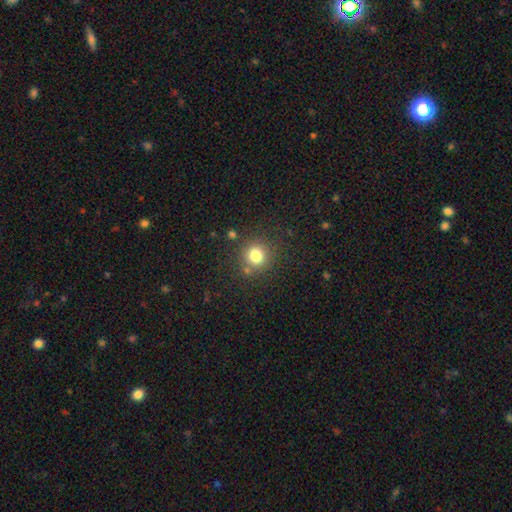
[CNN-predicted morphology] A smooth galaxy with no disk features (78%) that is round (92%).

Vote fractions:
- Smooth or featured? smooth: 78% / star or artifact: 14% / featured or disk: 7%
- How rounded? round: 92% / in between: 7% / cigar-shaped: 1%
- Merging? none: 82% / minor disturbance: 9% / merger: 5% / major disturbance: 4%